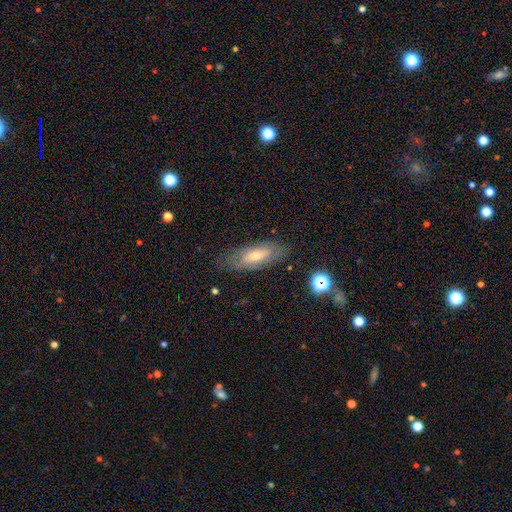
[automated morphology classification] Smooth or featured? featured or disk (46%)
Merging? none (77%)